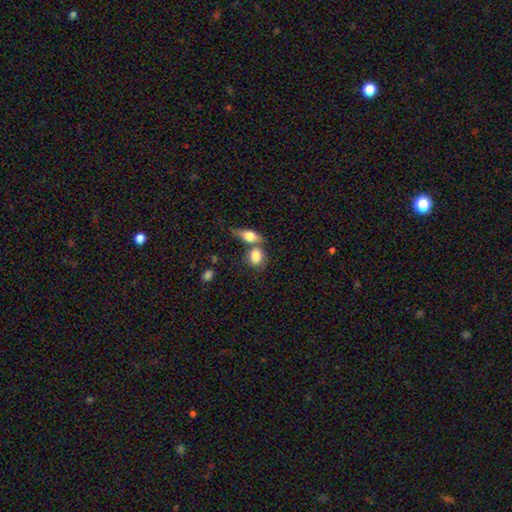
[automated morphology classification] Smooth or featured? Predicted: smooth (p=0.82). How rounded? Predicted: in between (p=0.51). Merging? Predicted: merger (p=0.44).